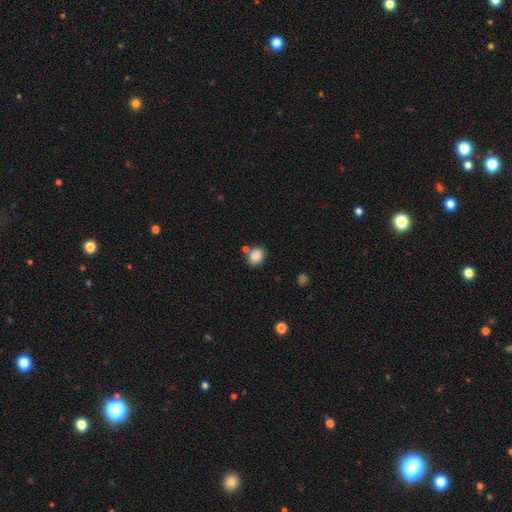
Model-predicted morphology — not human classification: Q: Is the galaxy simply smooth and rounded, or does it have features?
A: smooth — 87%.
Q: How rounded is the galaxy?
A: in between — 50%.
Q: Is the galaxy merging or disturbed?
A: none — 73%.